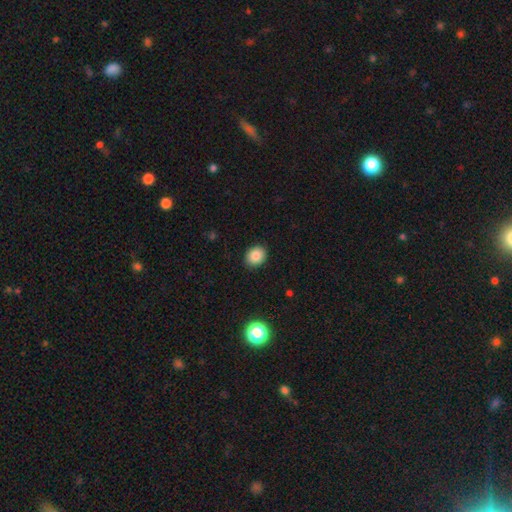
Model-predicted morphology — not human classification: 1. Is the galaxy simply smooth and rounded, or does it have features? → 86% smooth, 9% star or artifact, 5% featured or disk.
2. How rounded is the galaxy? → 63% round, 36% in between, 1% cigar-shaped.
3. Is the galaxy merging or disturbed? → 89% none, 8% minor disturbance, 2% major disturbance, 1% merger.